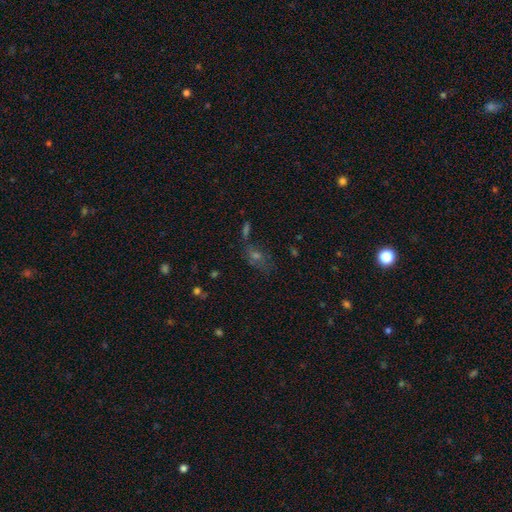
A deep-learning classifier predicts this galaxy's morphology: Q: Smooth or featured?
A: smooth (40%); runner-up: star or artifact (36%)
Q: Merging?
A: none (53%); runner-up: minor disturbance (17%)